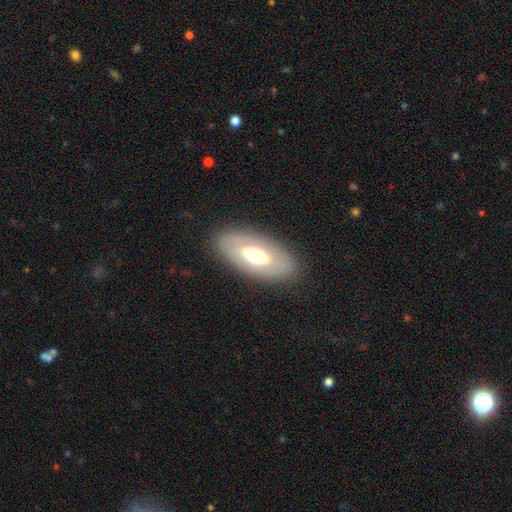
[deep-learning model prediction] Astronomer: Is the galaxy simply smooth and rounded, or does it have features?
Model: featured or disk — 47% (runner-up: smooth, 46%).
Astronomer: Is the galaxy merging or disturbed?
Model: none — 83%.